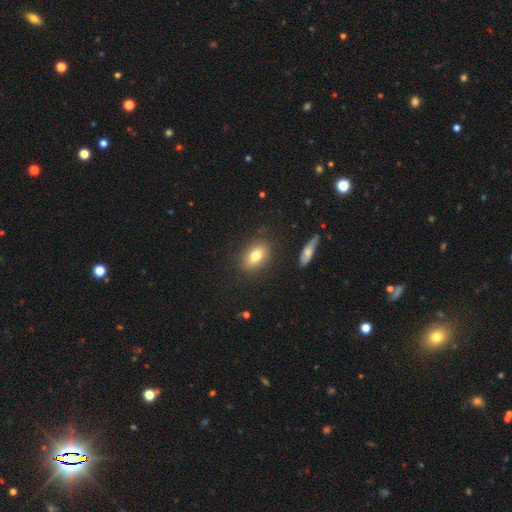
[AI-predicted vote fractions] Overall: smooth (79%). How rounded: in between (81%). Merging: none (84%).